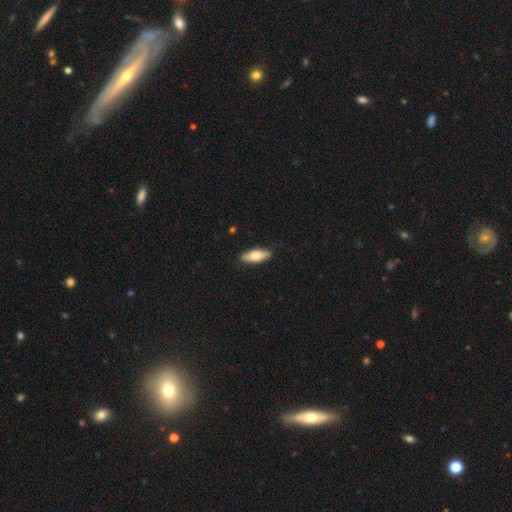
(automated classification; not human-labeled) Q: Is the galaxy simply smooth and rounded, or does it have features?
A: smooth — 72%.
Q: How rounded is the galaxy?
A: in between — 66%.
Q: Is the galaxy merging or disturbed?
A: none — 88%.